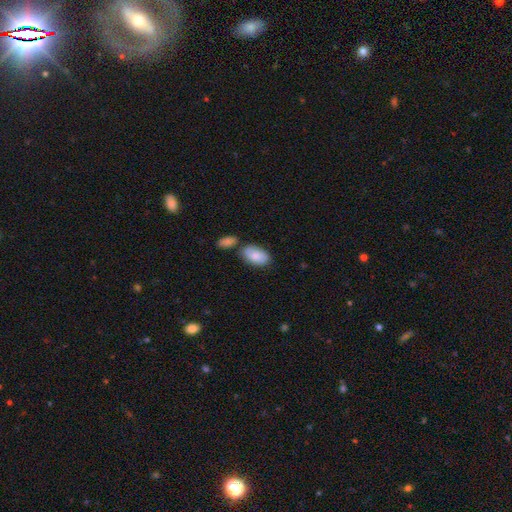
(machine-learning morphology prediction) A smooth galaxy with no disk features (83%) that is in between round and cigar-shaped (94%).

Vote fractions:
- Smooth or featured? smooth: 83% / featured or disk: 11% / star or artifact: 6%
- How rounded? in between: 94% / round: 4% / cigar-shaped: 2%
- Merging? none: 63% / merger: 17% / minor disturbance: 16% / major disturbance: 4%